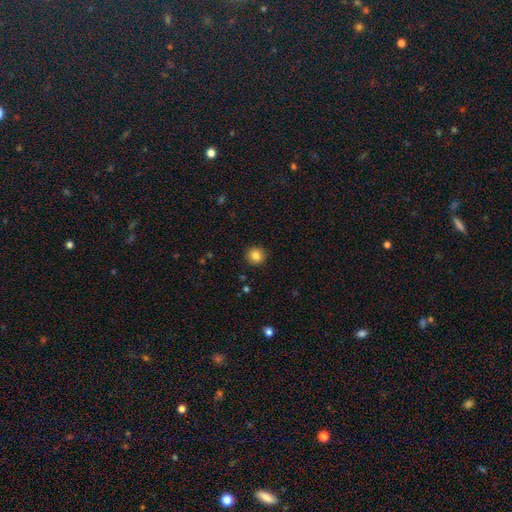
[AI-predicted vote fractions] smooth_or_featured: smooth (p=0.84) [alt: star or artifact p=0.10]
how_rounded: round (p=0.91) [alt: in between p=0.08]
merging: none (p=0.92) [alt: minor disturbance p=0.06]